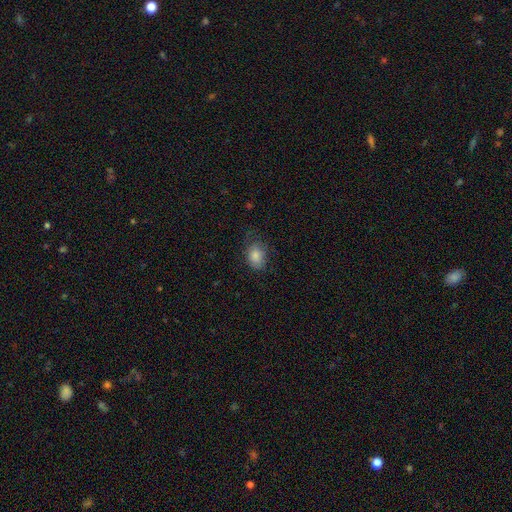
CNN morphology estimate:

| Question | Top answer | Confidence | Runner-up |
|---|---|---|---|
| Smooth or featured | smooth | 83% | featured or disk (9%) |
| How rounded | in between | 77% | round (22%) |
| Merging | none | 57% | minor disturbance (29%) |